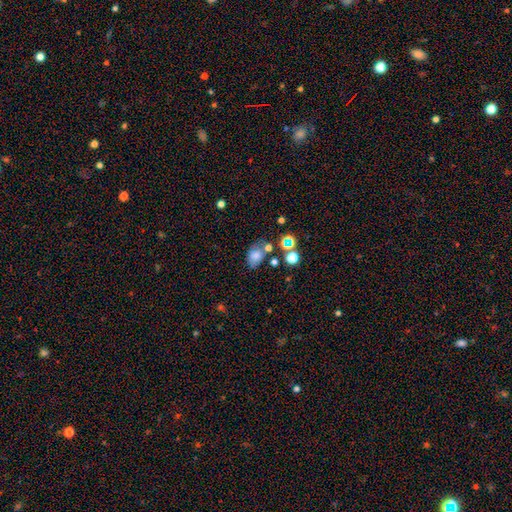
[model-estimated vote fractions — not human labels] The model was most divided on "merging": none: 48%, minor disturbance: 24%, merger: 17%, major disturbance: 11%. More confident: smooth or featured — smooth (69%); how rounded — in between (68%).